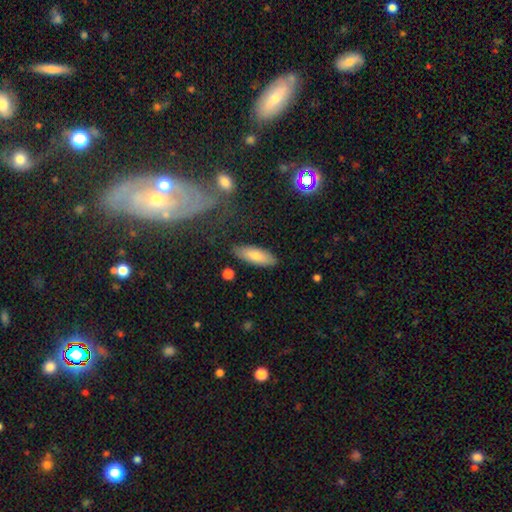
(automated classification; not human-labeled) Smooth or featured? smooth (77%)
How rounded? in between (65%)
Merging? none (84%)